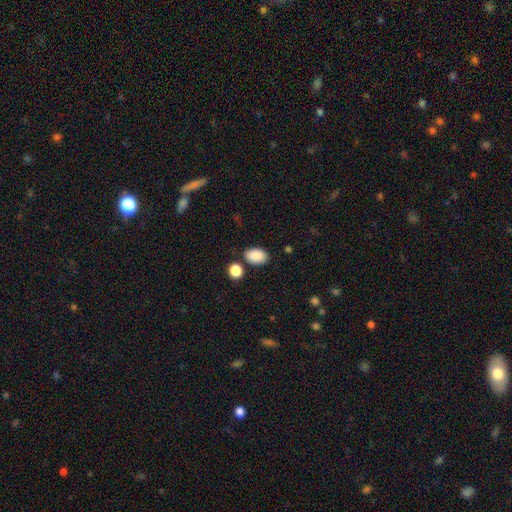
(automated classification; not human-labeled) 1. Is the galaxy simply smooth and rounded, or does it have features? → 89% smooth, 7% star or artifact, 3% featured or disk.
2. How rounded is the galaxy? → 89% in between, 10% round, 1% cigar-shaped.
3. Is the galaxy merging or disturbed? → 80% none, 11% minor disturbance, 6% merger, 3% major disturbance.